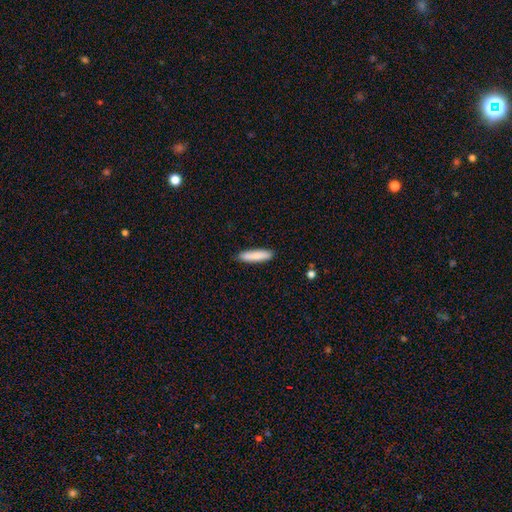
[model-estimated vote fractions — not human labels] Smooth or featured?
  - smooth: 86% *
  - featured or disk: 8%
  - star or artifact: 6%
How rounded?
  - cigar-shaped: 80% *
  - in between: 19%
  - round: 1%
Merging?
  - none: 89% *
  - minor disturbance: 9%
  - major disturbance: 2%
  - merger: 1%